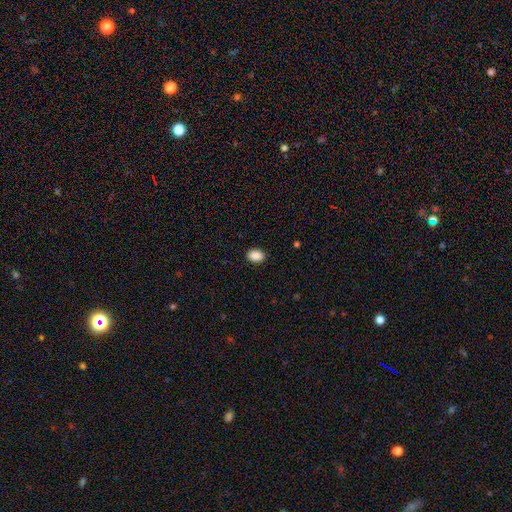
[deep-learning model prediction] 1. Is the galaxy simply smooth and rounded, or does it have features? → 89% smooth, 8% star or artifact, 3% featured or disk.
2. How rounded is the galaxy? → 79% in between, 20% round, 1% cigar-shaped.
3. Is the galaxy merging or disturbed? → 90% none, 7% minor disturbance, 2% major disturbance, 1% merger.